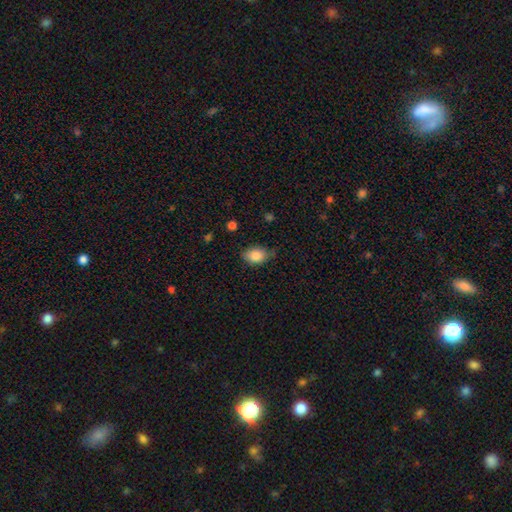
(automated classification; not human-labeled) smooth-or-featured: smooth: 84% | star or artifact: 8% | featured or disk: 8%
  how-rounded: in between: 79% | round: 20% | cigar-shaped: 1%
  merging: none: 69% | minor disturbance: 26% | major disturbance: 4% | merger: 2%